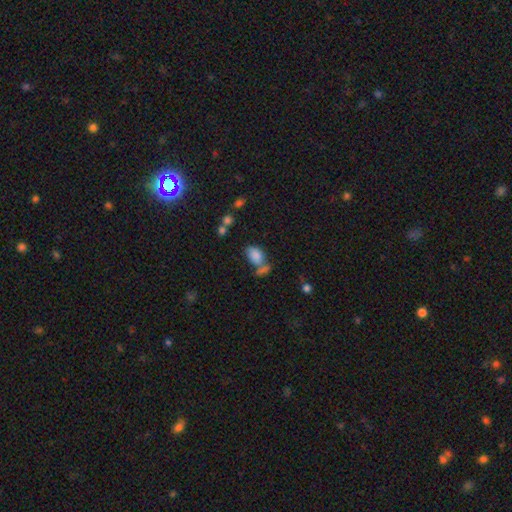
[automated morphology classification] A smooth galaxy with no disk features (82%) that is in between round and cigar-shaped (87%). Merging: none (42%).